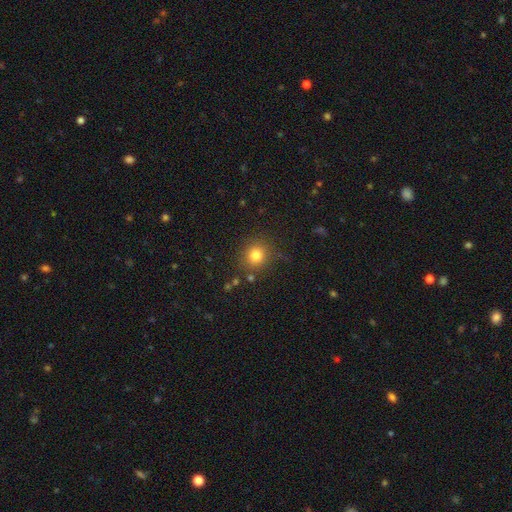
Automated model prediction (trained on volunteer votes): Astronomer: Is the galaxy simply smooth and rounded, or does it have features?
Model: smooth — 80%.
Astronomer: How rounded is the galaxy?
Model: round — 89%.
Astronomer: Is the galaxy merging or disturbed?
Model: none — 83%.